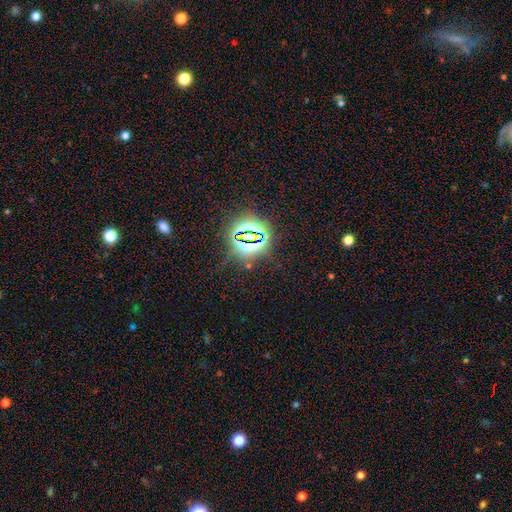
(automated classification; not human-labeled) Overall: star or artifact (82%).